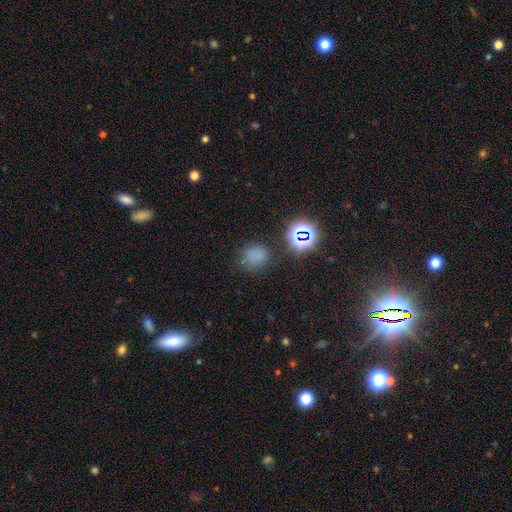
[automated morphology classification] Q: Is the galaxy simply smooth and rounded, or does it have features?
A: smooth — 66%.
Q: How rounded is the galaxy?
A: round — 73%.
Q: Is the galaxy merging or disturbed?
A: none — 73%.